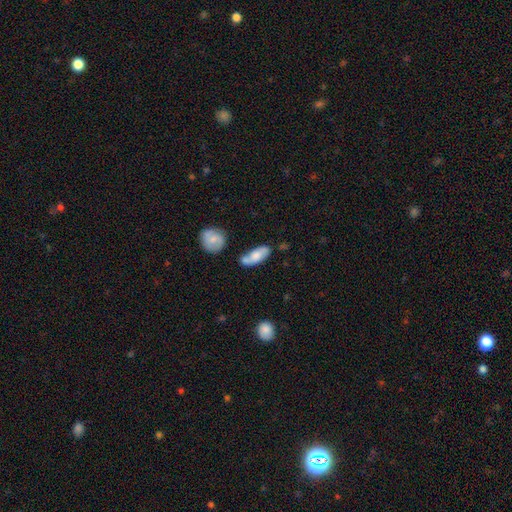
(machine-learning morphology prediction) This appears to be a smooth galaxy with no disk features (66%) that is in between round and cigar-shaped (78%). Merging: none (50%).